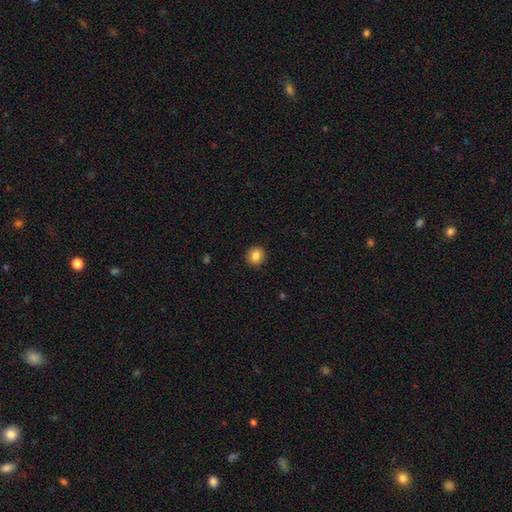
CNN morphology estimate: Smooth or featured? Predicted: smooth (p=0.85). How rounded? Predicted: round (p=0.90). Merging? Predicted: none (p=0.92).